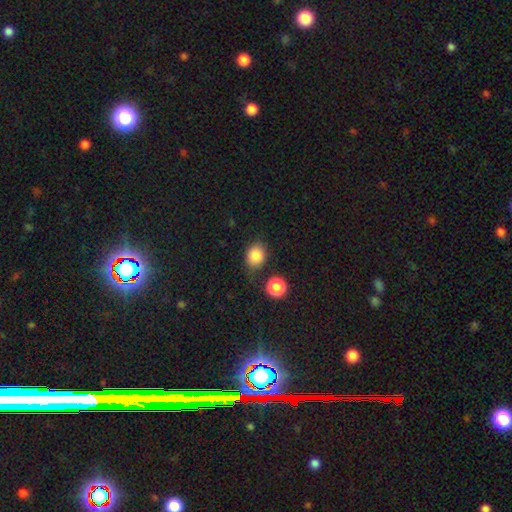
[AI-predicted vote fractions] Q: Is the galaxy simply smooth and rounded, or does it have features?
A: smooth — 85%.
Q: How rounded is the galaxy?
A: round — 54%.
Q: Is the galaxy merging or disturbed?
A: none — 72%.